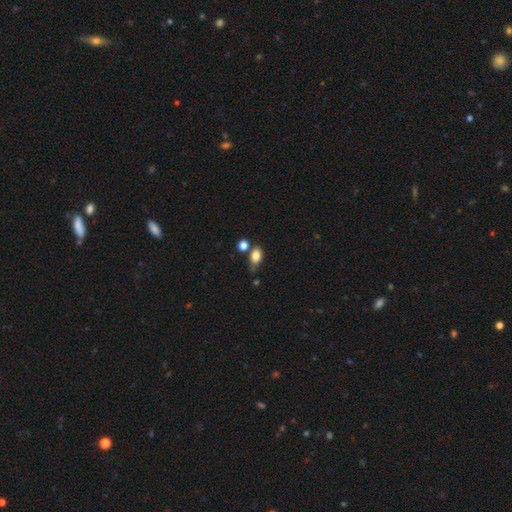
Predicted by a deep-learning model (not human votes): Smooth or featured: smooth — 81% (star or artifact — 10%)
How rounded: in between — 78% (round — 19%)
Merging: none — 55% (minor disturbance — 21%)